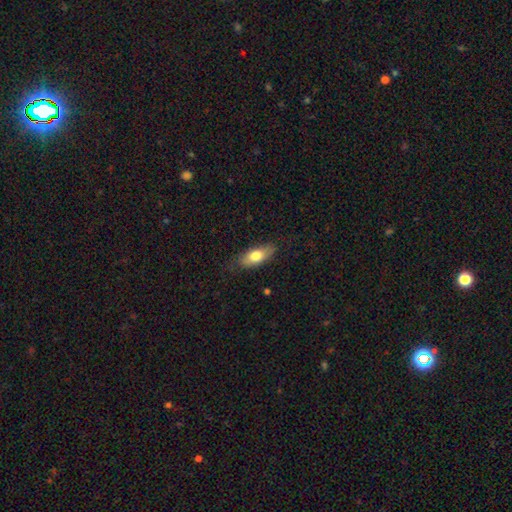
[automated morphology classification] Q: Smooth or featured?
A: smooth (72%); runner-up: featured or disk (22%)
Q: How rounded?
A: in between (79%); runner-up: cigar-shaped (17%)
Q: Merging?
A: none (78%); runner-up: minor disturbance (17%)